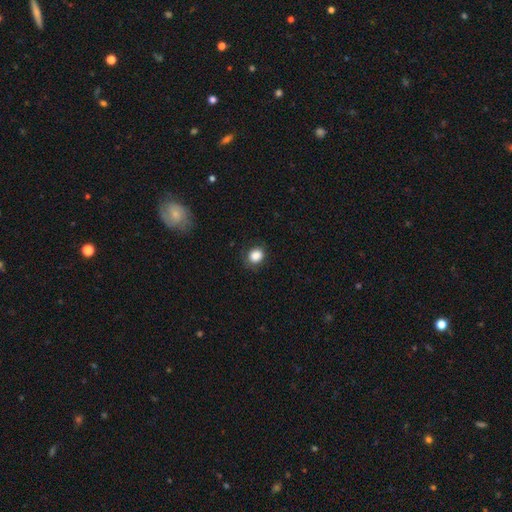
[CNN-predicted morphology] Smooth or featured?
  - smooth: 86% *
  - star or artifact: 9%
  - featured or disk: 5%
How rounded?
  - round: 66% *
  - in between: 33%
  - cigar-shaped: 1%
Merging?
  - none: 79% *
  - minor disturbance: 15%
  - major disturbance: 4%
  - merger: 1%